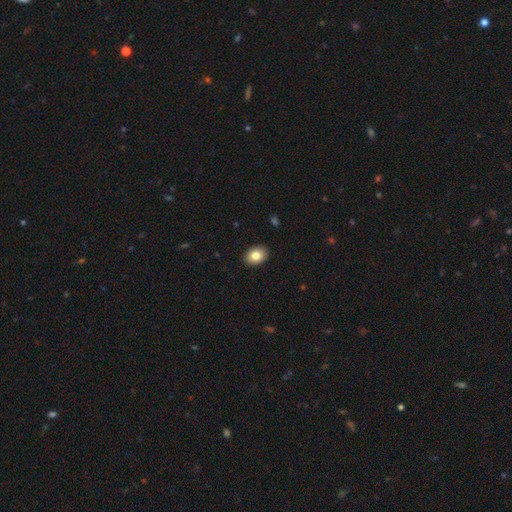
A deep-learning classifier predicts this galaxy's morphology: smooth-or-featured: smooth: 83% | featured or disk: 9% | star or artifact: 8%
  how-rounded: in between: 77% | round: 22% | cigar-shaped: 1%
  merging: none: 90% | minor disturbance: 7% | major disturbance: 2% | merger: 1%